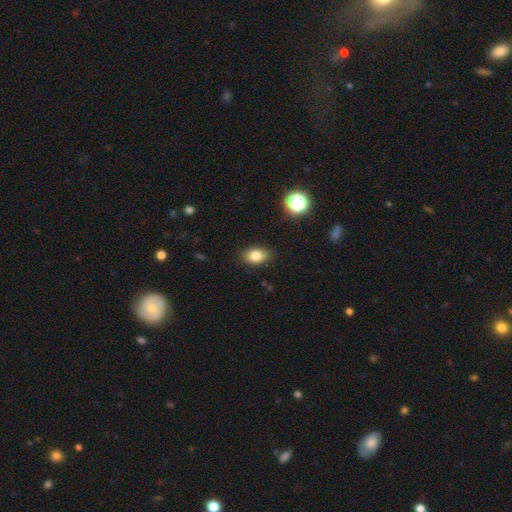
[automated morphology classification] Smooth or featured?
  - smooth: 82% *
  - star or artifact: 11%
  - featured or disk: 8%
How rounded?
  - in between: 81% *
  - round: 18%
  - cigar-shaped: 1%
Merging?
  - none: 87% *
  - minor disturbance: 9%
  - major disturbance: 2%
  - merger: 1%